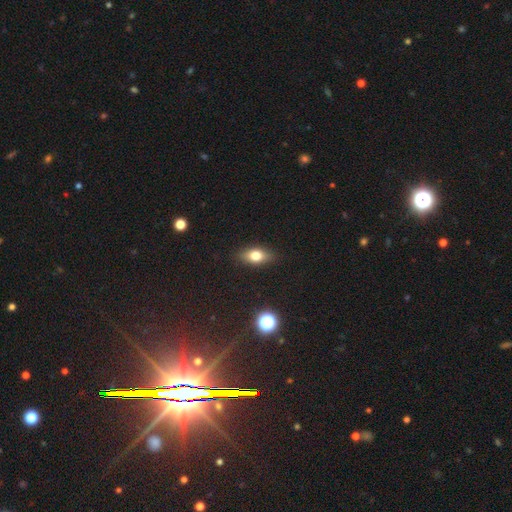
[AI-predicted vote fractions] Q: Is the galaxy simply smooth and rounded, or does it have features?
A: smooth — 71%.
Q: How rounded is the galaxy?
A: in between — 78%.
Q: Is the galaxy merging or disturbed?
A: none — 86%.